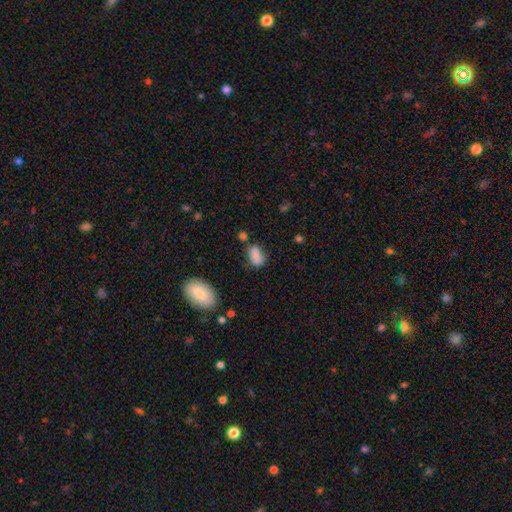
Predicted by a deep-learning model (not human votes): Overall: smooth (80%). How rounded: in between (87%). Merging: none (50%; minor disturbance 28%).